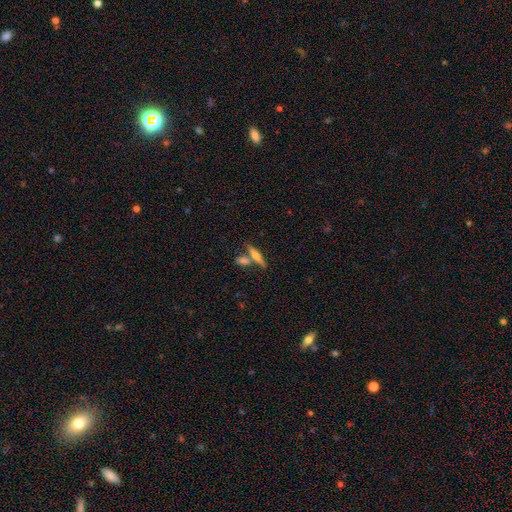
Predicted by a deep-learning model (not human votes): Smooth or featured? featured or disk (50%)
Edge-on disk? yes (94%)
Merging? none (62%)